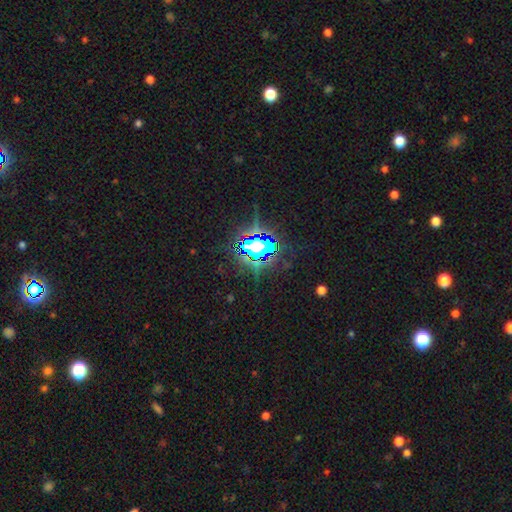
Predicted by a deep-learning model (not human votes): A star or artifact, not a galaxy (79%).